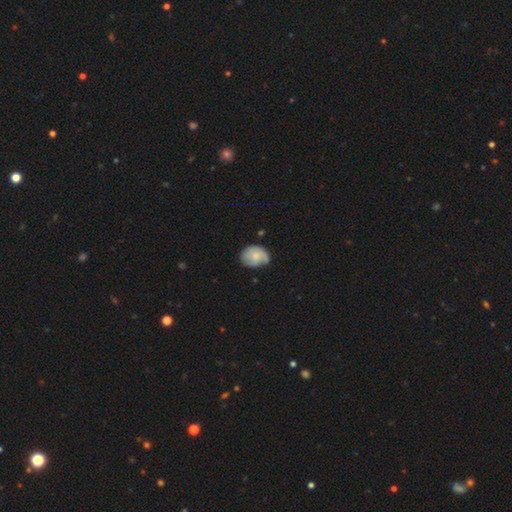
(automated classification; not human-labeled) A smooth galaxy with no disk features (62%) that is in between round and cigar-shaped (52%).

Vote fractions:
- Smooth or featured? smooth: 62% / featured or disk: 31% / star or artifact: 7%
- How rounded? in between: 52% / round: 47% / cigar-shaped: 1%
- Merging? none: 49% / minor disturbance: 37% / major disturbance: 11% / merger: 2%